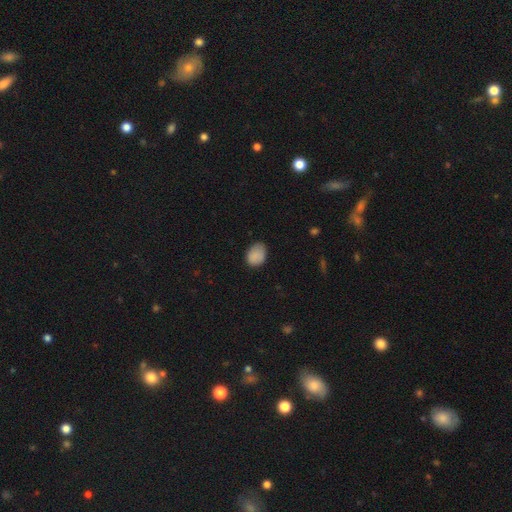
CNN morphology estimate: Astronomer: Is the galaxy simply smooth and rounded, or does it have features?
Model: smooth — 87%.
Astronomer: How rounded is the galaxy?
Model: in between — 65%.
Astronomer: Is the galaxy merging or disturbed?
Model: none — 70%.